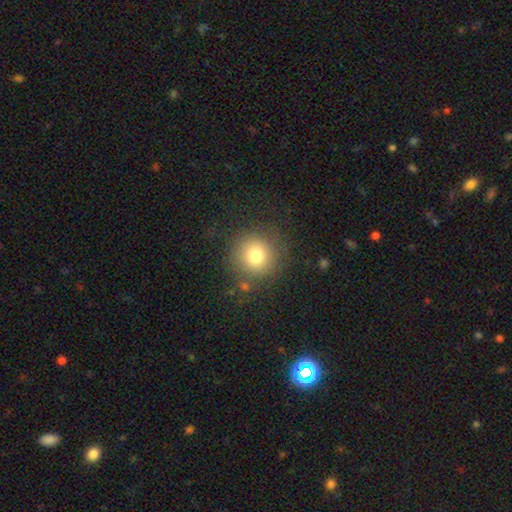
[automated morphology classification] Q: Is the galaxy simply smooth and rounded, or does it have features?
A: smooth — 77%.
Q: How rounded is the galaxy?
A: round — 93%.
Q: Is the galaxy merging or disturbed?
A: none — 82%.